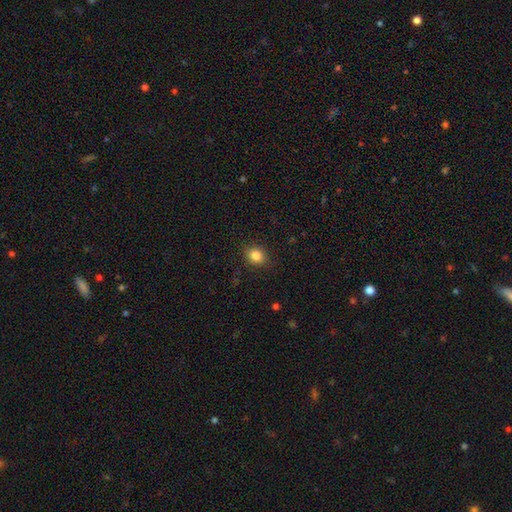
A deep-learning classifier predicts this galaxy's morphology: This is clearly a smooth galaxy (84%). How rounded: likely round (60%). Merging: clearly none (89%).